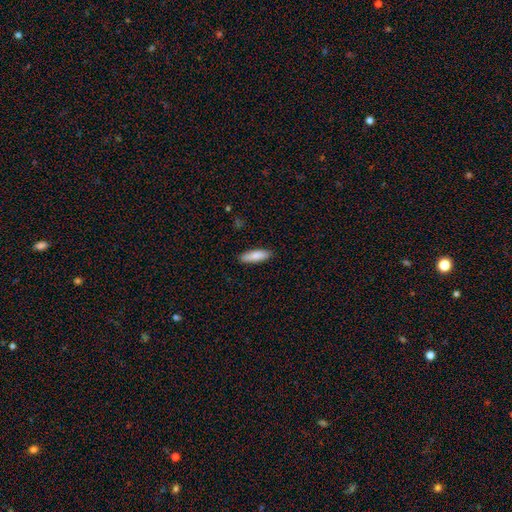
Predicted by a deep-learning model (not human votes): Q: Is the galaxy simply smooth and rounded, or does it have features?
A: smooth — 84%.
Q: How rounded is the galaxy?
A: cigar-shaped — 51%.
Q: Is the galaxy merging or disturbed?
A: none — 89%.